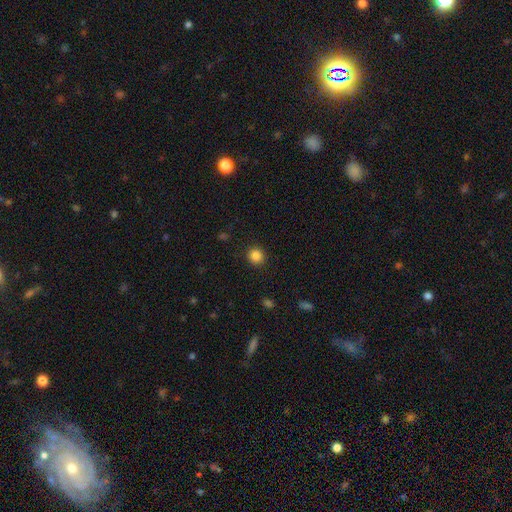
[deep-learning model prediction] smooth_or_featured: smooth (p=0.85) [alt: star or artifact p=0.11]
how_rounded: round (p=0.91) [alt: in between p=0.08]
merging: none (p=0.92) [alt: minor disturbance p=0.05]